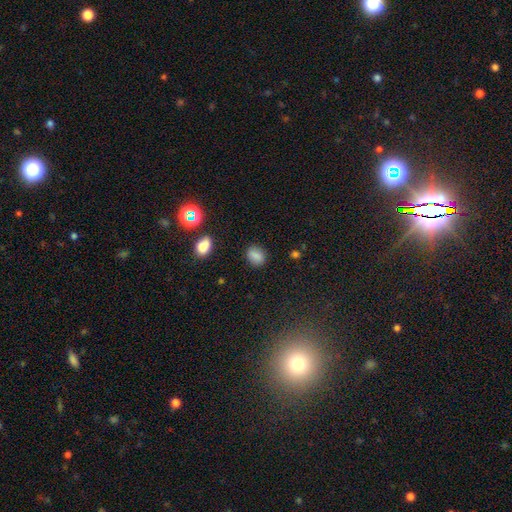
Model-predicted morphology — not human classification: smooth-or-featured: smooth: 82% | star or artifact: 11% | featured or disk: 7%
  how-rounded: in between: 57% | round: 41% | cigar-shaped: 2%
  merging: none: 83% | minor disturbance: 11% | major disturbance: 3% | merger: 2%